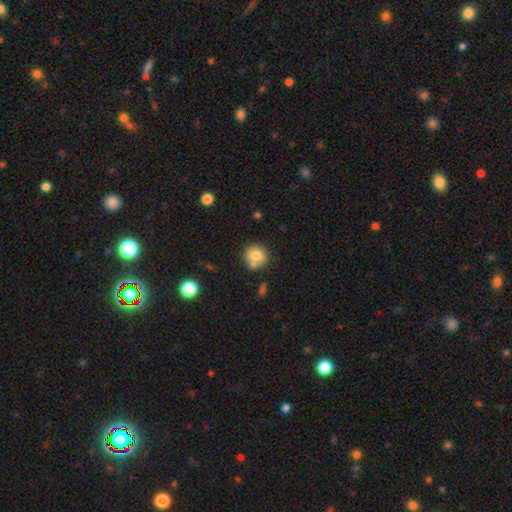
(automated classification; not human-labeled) Morphology: type=smooth (78%); roundness=round (86%); merging=none (61%).